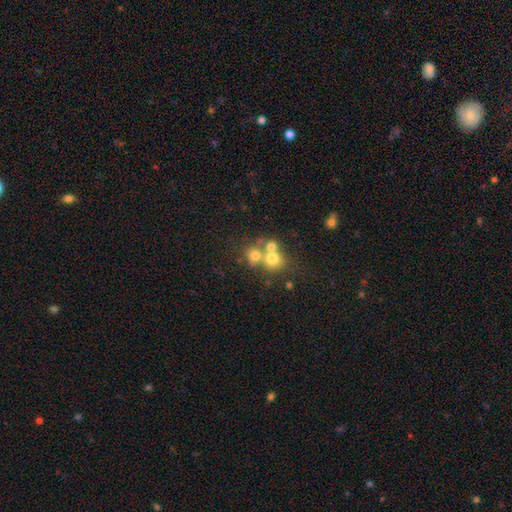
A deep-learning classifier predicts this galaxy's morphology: This is possibly a smooth galaxy (53%). How rounded: likely round (76%). Merging: possibly merger (54%).